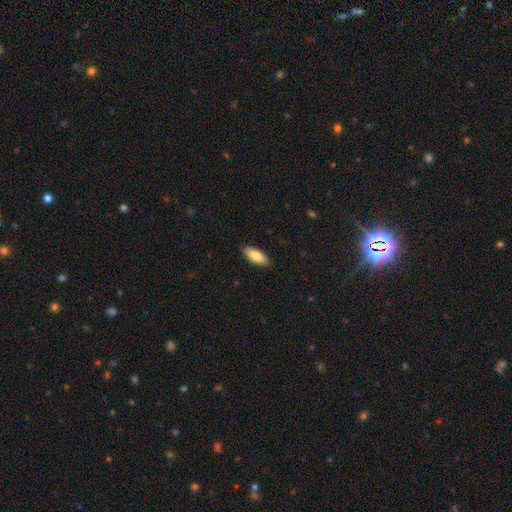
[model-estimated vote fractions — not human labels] Smooth or featured? smooth (85%)
How rounded? in between (85%)
Merging? none (89%)